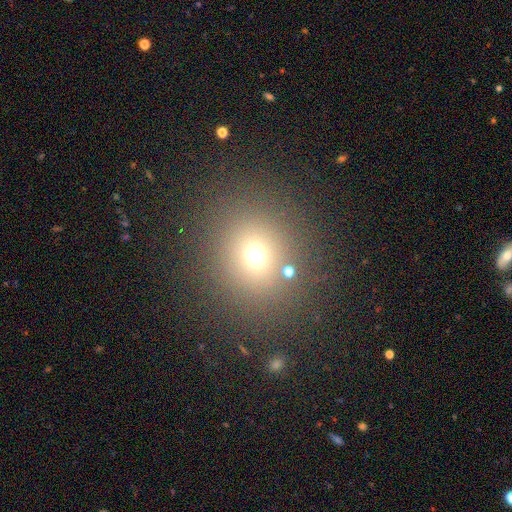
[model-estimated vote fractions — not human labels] Smooth or featured? Predicted: smooth (p=0.67). How rounded? Predicted: round (p=0.84). Merging? Predicted: none (p=0.82).